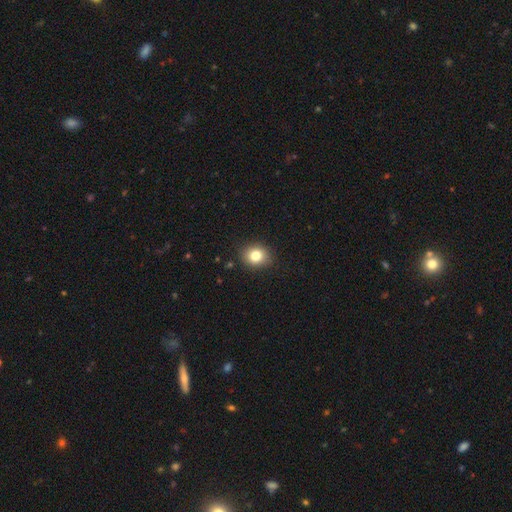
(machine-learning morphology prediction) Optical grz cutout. It shows a smooth galaxy with no disk features (81%) that is round (68%). Merging: none (88%).